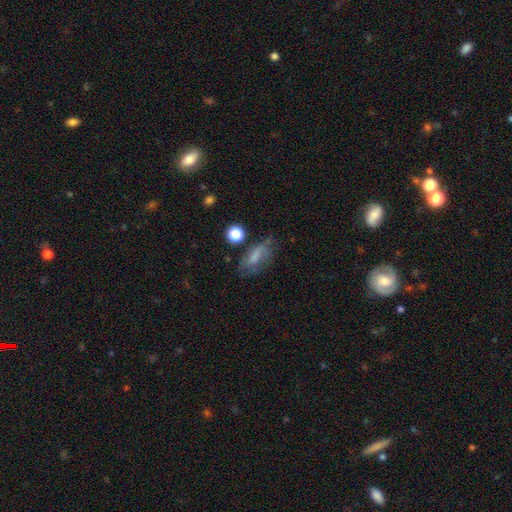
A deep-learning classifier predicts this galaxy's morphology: Overall: smooth (56%; featured or disk 32%). How rounded: in between (78%). Merging: none (49%; minor disturbance 28%).